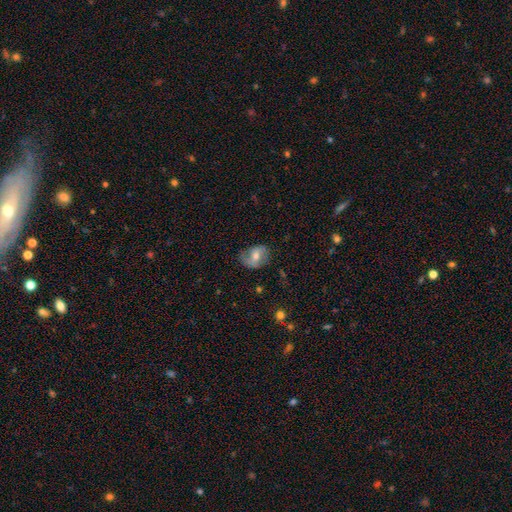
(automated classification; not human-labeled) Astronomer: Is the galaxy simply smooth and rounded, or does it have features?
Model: smooth — 46% (runner-up: featured or disk, 45%).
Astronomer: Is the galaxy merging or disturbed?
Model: none — 62%.